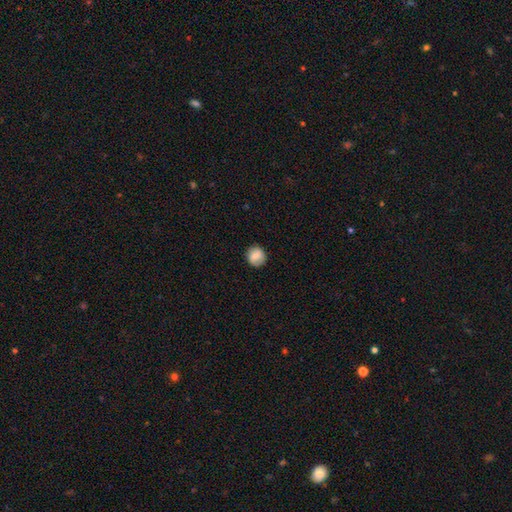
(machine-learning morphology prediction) This appears to be a smooth galaxy with no disk features (78%) that is round (89%). Merging: none (87%).